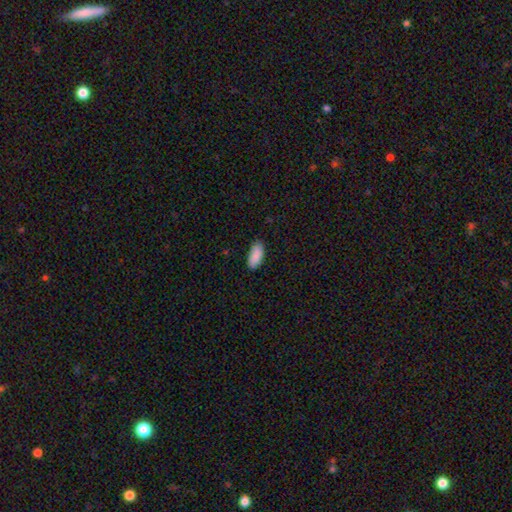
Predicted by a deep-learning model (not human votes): smooth-or-featured: smooth: 90% | star or artifact: 6% | featured or disk: 4%
  how-rounded: in between: 89% | cigar-shaped: 10% | round: 2%
  merging: none: 85% | minor disturbance: 12% | major disturbance: 2% | merger: 1%